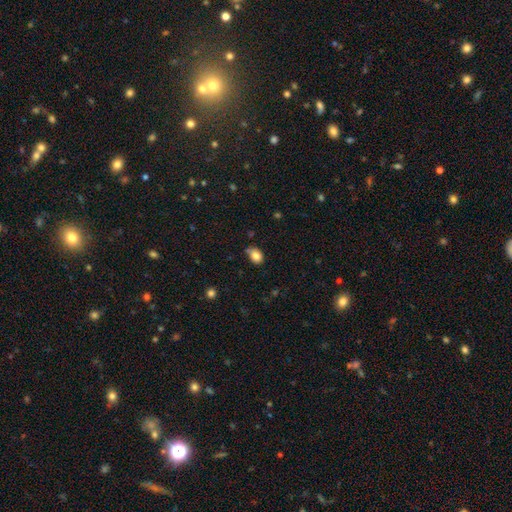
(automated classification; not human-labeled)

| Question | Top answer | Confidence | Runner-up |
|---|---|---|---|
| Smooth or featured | smooth | 82% | star or artifact (9%) |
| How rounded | in between | 72% | round (26%) |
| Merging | none | 61% | minor disturbance (28%) |